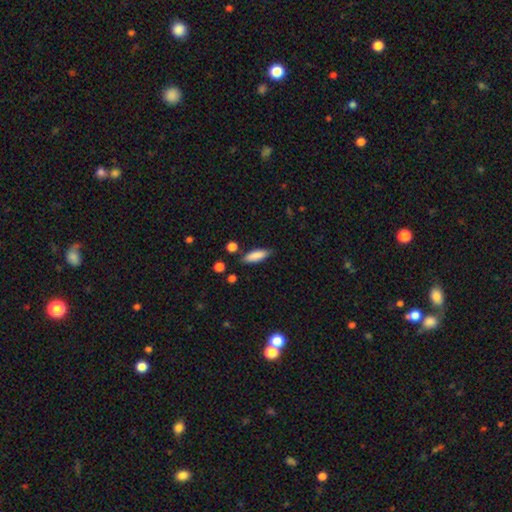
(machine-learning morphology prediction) smooth-or-featured: smooth: 84% | featured or disk: 9% | star or artifact: 6%
  how-rounded: in between: 56% | cigar-shaped: 42% | round: 2%
  merging: none: 81% | minor disturbance: 13% | merger: 3% | major disturbance: 3%